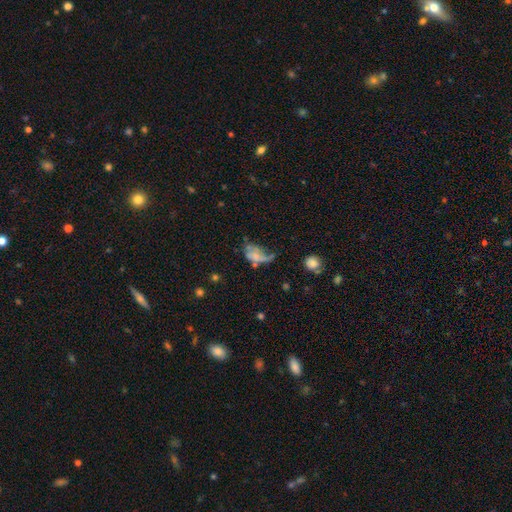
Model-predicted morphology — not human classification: Q: Smooth or featured?
A: smooth (47%); runner-up: featured or disk (39%)
Q: Merging?
A: major disturbance (41%); runner-up: minor disturbance (22%)